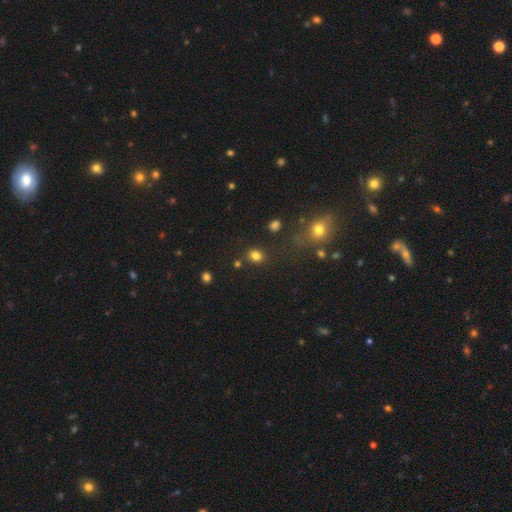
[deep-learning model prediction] smooth-or-featured: smooth: 80% | star or artifact: 14% | featured or disk: 6%
  how-rounded: round: 55% | in between: 44% | cigar-shaped: 1%
  merging: none: 78% | minor disturbance: 12% | merger: 6% | major disturbance: 4%